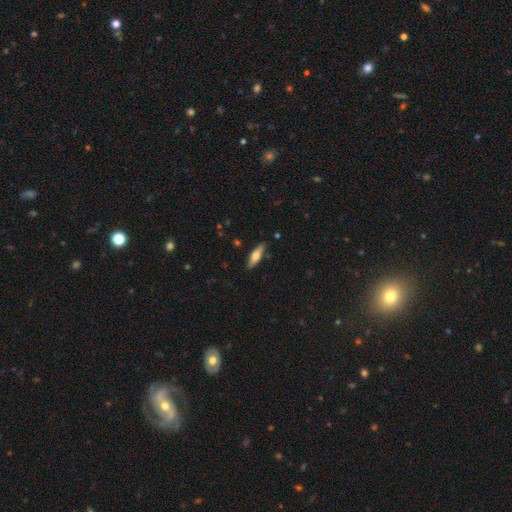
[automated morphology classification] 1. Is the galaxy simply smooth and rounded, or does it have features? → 59% smooth, 35% featured or disk, 6% star or artifact.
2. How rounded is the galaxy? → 61% cigar-shaped, 37% in between, 2% round.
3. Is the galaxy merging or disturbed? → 86% none, 10% minor disturbance, 2% major disturbance, 1% merger.